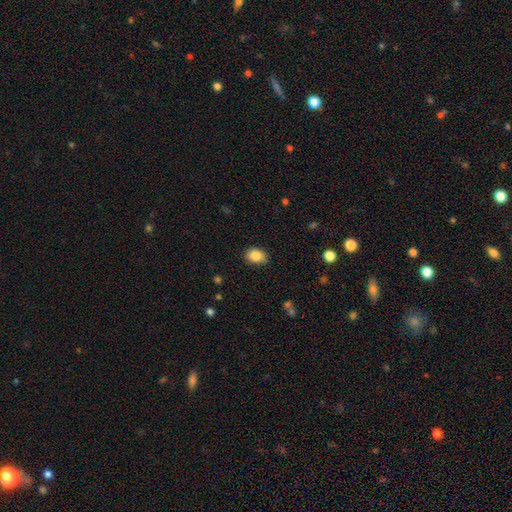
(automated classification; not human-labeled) This appears to be a smooth galaxy with no disk features (85%) that is in between round and cigar-shaped (72%). Merging: none (83%).